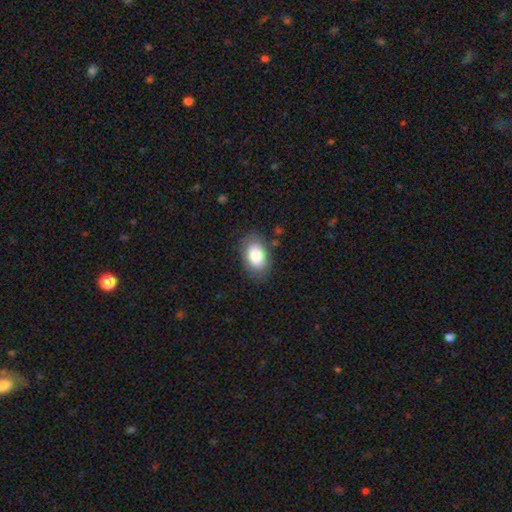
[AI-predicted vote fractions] Overall: smooth (82%). How rounded: in between (89%). Merging: none (81%).